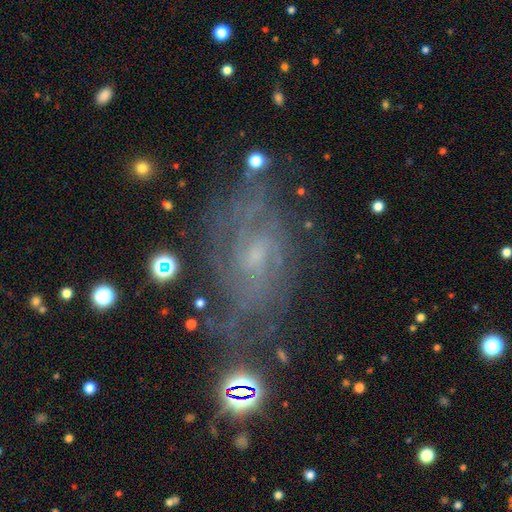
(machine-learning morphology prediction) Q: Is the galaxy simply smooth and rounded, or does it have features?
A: featured or disk — 79%.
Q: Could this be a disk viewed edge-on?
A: no — 96%.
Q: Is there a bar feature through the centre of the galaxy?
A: no — 52%.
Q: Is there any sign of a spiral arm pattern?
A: yes — 91%.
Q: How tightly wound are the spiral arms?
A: tight — 54%.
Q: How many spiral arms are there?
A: can't tell — 47%.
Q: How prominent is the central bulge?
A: small — 65%.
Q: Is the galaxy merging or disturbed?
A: none — 67%.